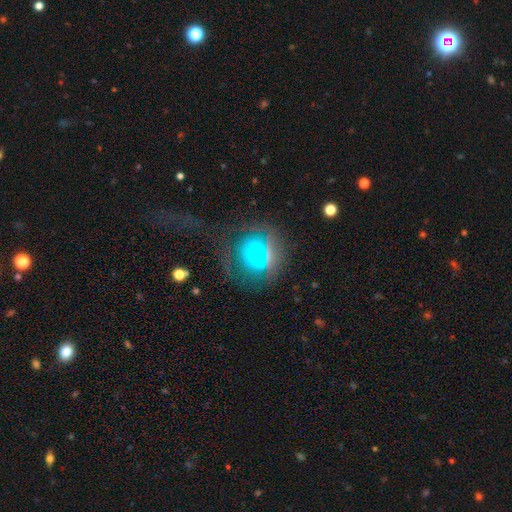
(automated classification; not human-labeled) A featured or disk galaxy (41%).

Vote fractions:
- Smooth or featured? featured or disk: 41% / smooth: 39% / star or artifact: 20%
- Merging? none: 55% / major disturbance: 20% / minor disturbance: 19% / merger: 5%